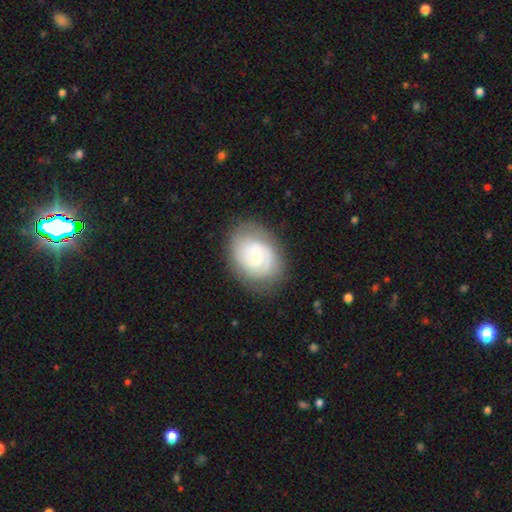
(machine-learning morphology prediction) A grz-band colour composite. It shows a featured or disk galaxy (78%) with no bar (63%), 2 (56%) tight (66%) spiral arms (93%) and a small central bulge (66%). Merging: none (81%).